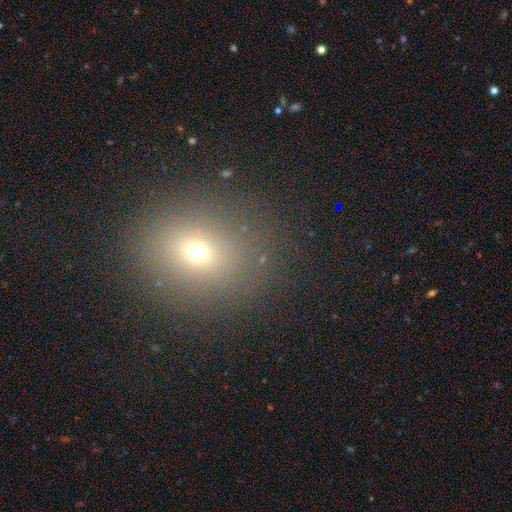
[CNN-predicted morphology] Smooth or featured: smooth — 63% (star or artifact — 26%)
How rounded: round — 70% (in between — 29%)
Merging: none — 88% (minor disturbance — 8%)